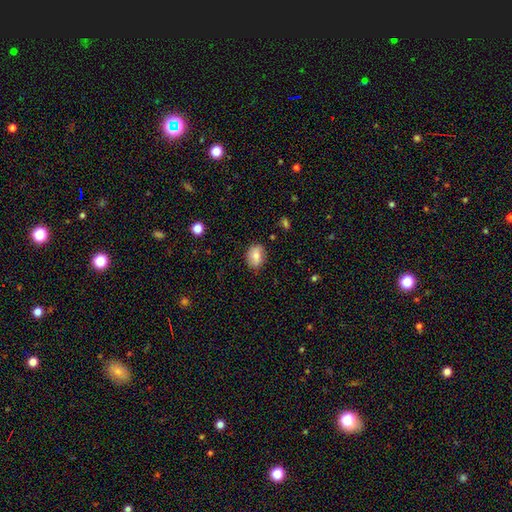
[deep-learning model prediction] This appears to be a smooth galaxy with no disk features (74%) that is in between round and cigar-shaped (76%). Merging: none (81%).